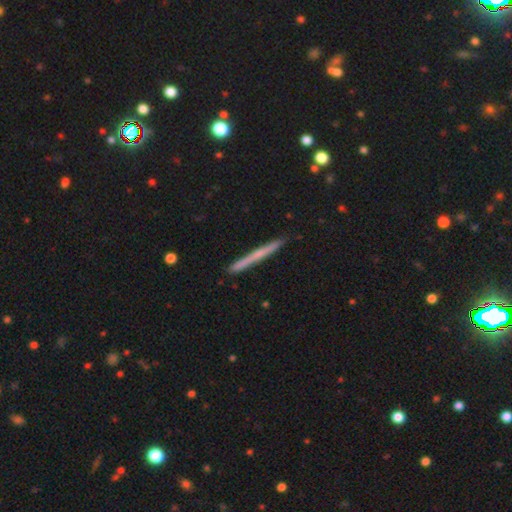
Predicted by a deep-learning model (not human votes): Smooth or featured? Predicted: smooth (p=0.48). Merging? Predicted: none (p=0.91).